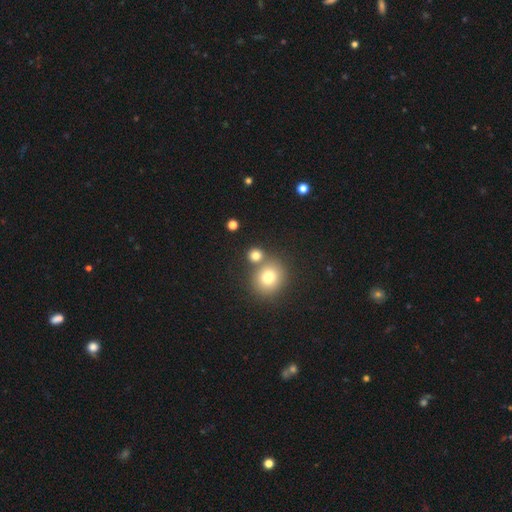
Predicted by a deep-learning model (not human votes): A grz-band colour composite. It shows a smooth galaxy with no disk features (77%) that is round (83%). Merging: none (64%).